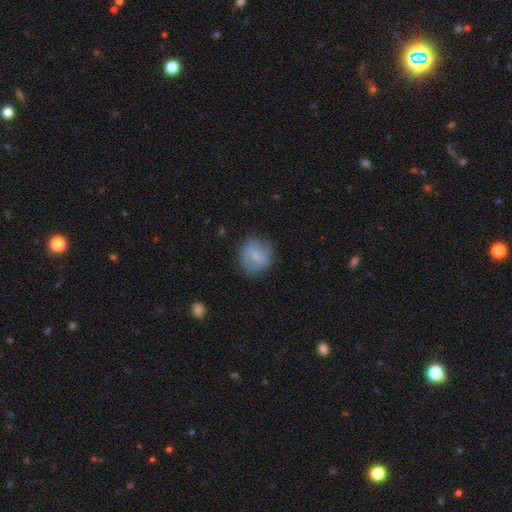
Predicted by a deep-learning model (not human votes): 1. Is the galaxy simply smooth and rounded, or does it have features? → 65% smooth, 27% featured or disk, 7% star or artifact.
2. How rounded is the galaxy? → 80% round, 19% in between, 1% cigar-shaped.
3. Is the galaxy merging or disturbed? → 76% none, 17% minor disturbance, 5% major disturbance, 1% merger.